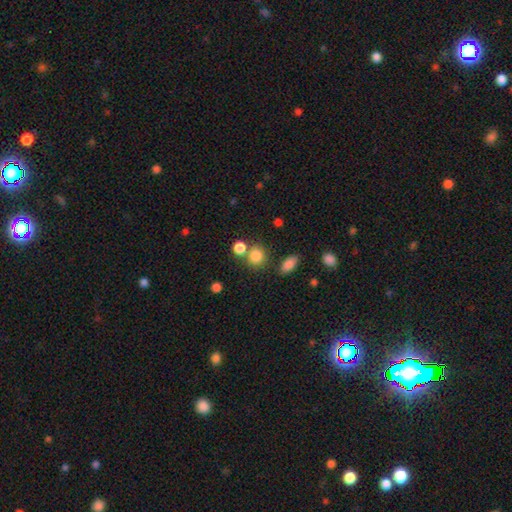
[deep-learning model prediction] The model was most divided on "merging": none: 64%, merger: 23%, minor disturbance: 9%, major disturbance: 4%. More confident: smooth or featured — smooth (82%); how rounded — round (79%).